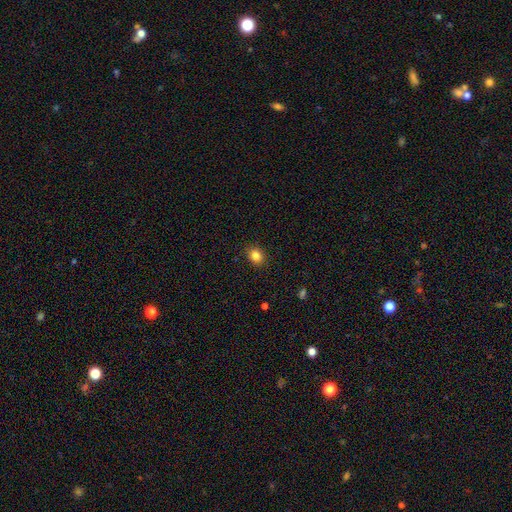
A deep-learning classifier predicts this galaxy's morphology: A smooth galaxy with no disk features (84%) that is in between round and cigar-shaped (51%).

Vote fractions:
- Smooth or featured? smooth: 84% / star or artifact: 11% / featured or disk: 5%
- How rounded? in between: 51% / round: 48% / cigar-shaped: 1%
- Merging? none: 88% / minor disturbance: 8% / major disturbance: 2% / merger: 1%